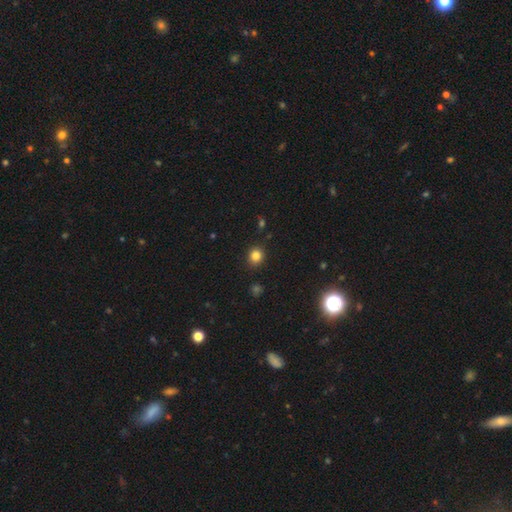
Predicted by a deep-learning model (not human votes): A smooth galaxy with no disk features (83%) that is round (77%). Merging: none (89%).